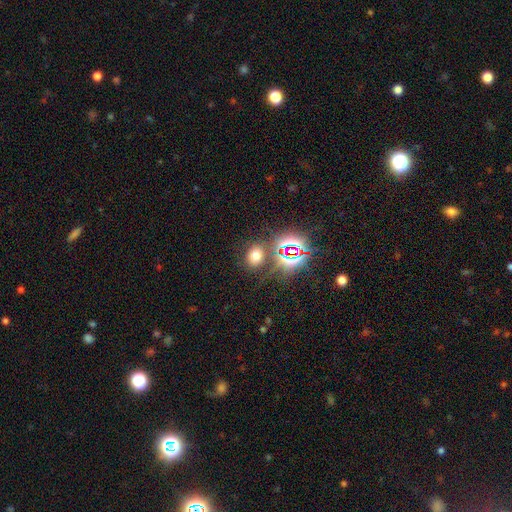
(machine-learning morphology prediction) This is possibly a smooth galaxy (59%). How rounded: possibly in between (52%). Merging: likely none (75%).